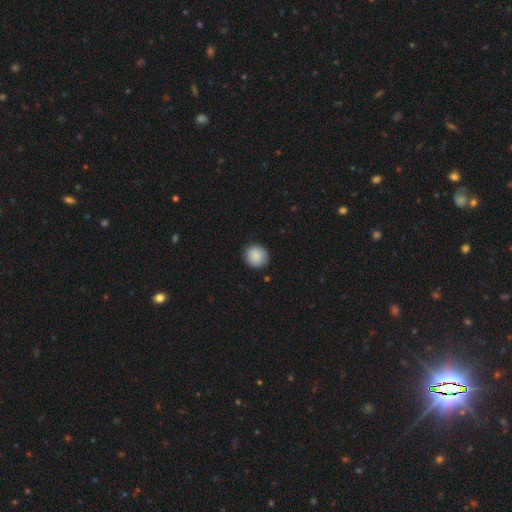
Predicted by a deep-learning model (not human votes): Smooth or featured? smooth (89%)
How rounded? round (93%)
Merging? none (90%)